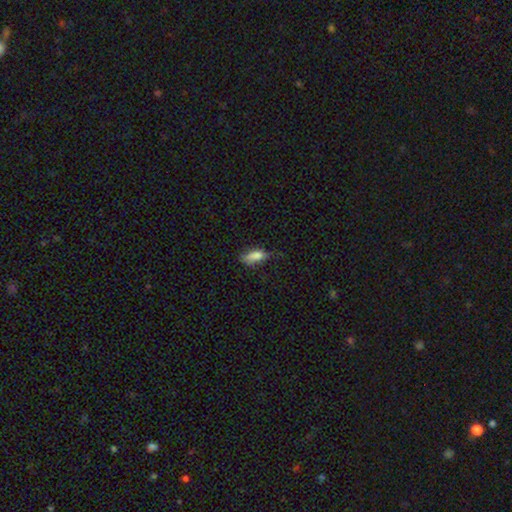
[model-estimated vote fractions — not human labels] Overall: smooth (79%). How rounded: in between (73%). Merging: none (50%; minor disturbance 34%).